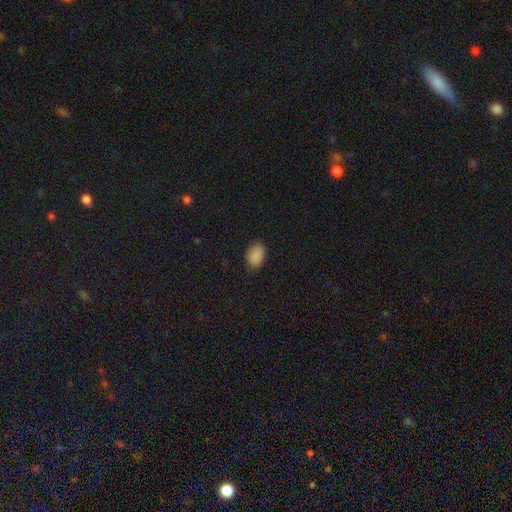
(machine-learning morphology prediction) smooth_or_featured: smooth (p=0.89) [alt: star or artifact p=0.08]
how_rounded: in between (p=0.84) [alt: round p=0.15]
merging: none (p=0.86) [alt: minor disturbance p=0.11]